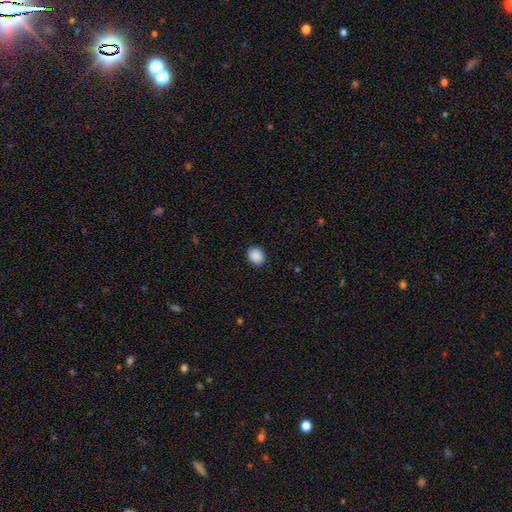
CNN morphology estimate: smooth_or_featured: smooth (p=0.90) [alt: star or artifact p=0.08]
how_rounded: round (p=0.57) [alt: in between p=0.42]
merging: none (p=0.90) [alt: minor disturbance p=0.07]